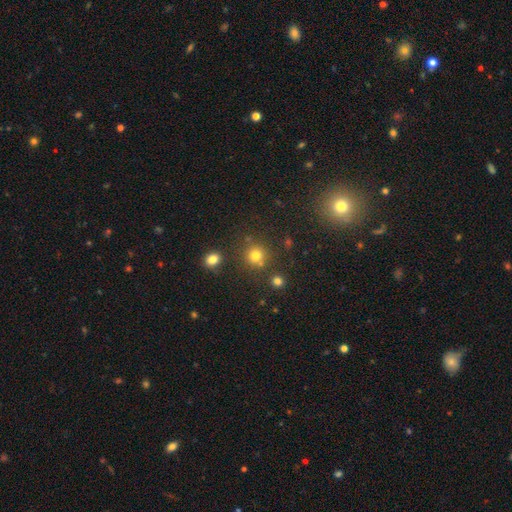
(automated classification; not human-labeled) smooth-or-featured: smooth: 75% | star or artifact: 18% | featured or disk: 7%
  how-rounded: round: 91% | in between: 8% | cigar-shaped: 1%
  merging: none: 77% | merger: 11% | minor disturbance: 9% | major disturbance: 4%